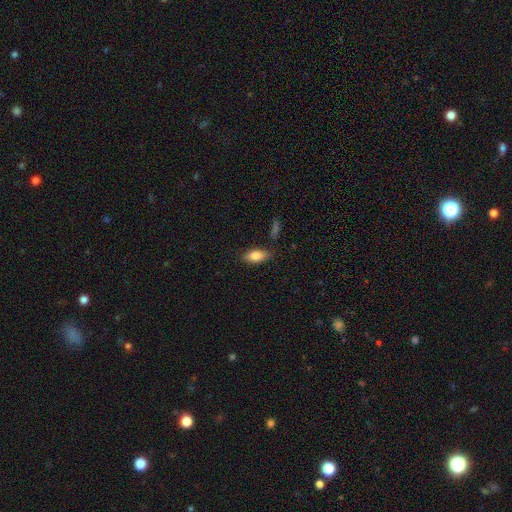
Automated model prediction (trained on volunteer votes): Overall: smooth (81%). How rounded: in between (87%). Merging: none (82%).